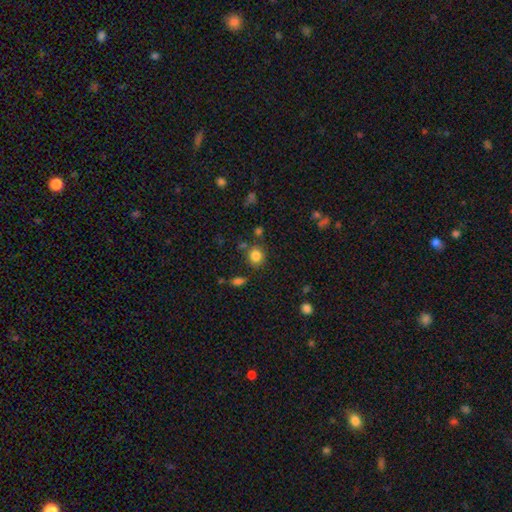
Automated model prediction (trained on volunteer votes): Smooth or featured? smooth (83%)
How rounded? round (77%)
Merging? none (77%)